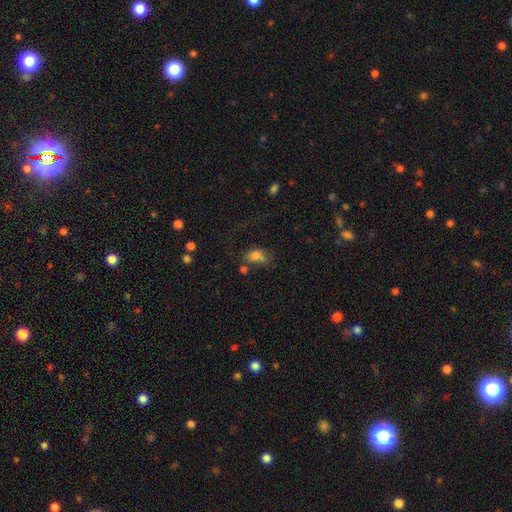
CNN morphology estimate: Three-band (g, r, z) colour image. It shows a smooth galaxy with no disk features (74%) that is in between round and cigar-shaped (73%). Merging: none (36%).